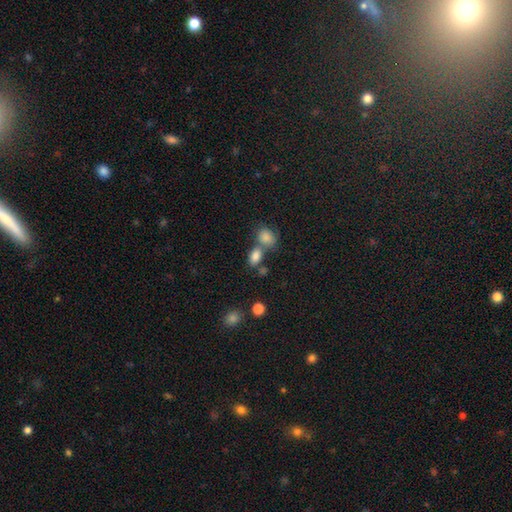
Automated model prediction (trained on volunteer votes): smooth-or-featured: smooth: 83% | star or artifact: 10% | featured or disk: 7%
  how-rounded: in between: 83% | round: 15% | cigar-shaped: 2%
  merging: none: 48% | merger: 37% | minor disturbance: 11% | major disturbance: 5%